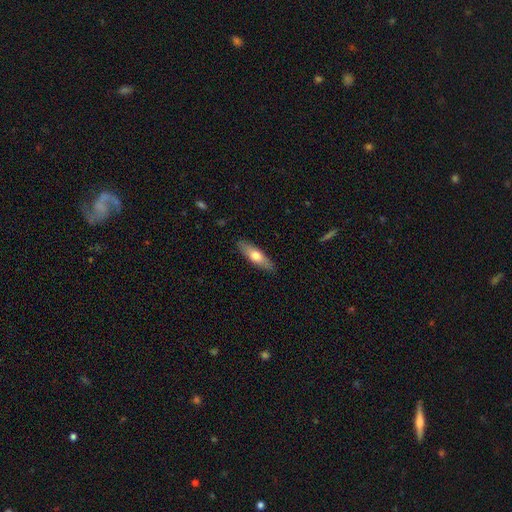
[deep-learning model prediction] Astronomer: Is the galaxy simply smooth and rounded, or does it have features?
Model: smooth — 61%.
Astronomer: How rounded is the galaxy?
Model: cigar-shaped — 55% (runner-up: in between, 43%).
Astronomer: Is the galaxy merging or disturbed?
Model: none — 88%.